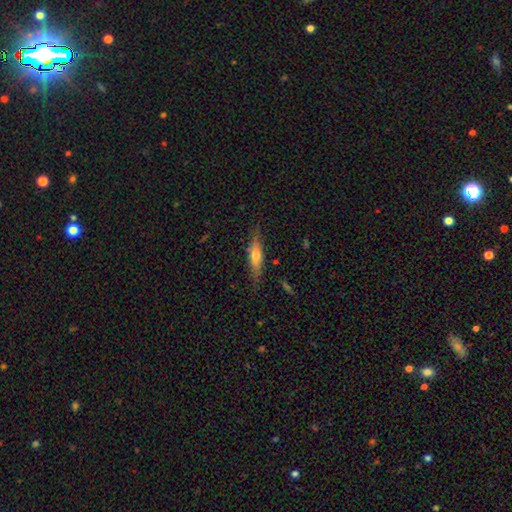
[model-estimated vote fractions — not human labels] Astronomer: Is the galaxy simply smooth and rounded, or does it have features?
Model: featured or disk — 46%, tied with smooth at 46%.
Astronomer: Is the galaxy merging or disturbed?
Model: none — 79%.